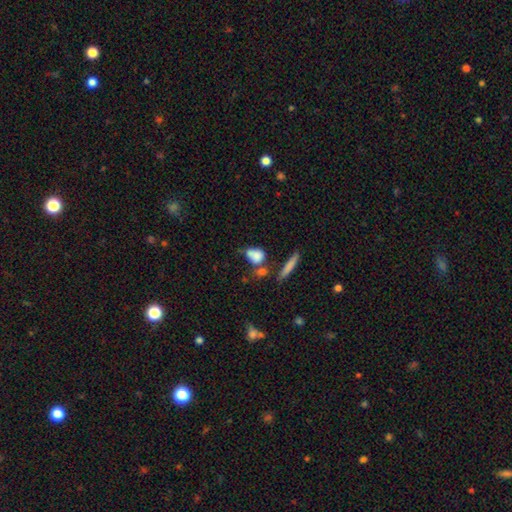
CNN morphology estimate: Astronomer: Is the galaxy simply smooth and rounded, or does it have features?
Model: smooth — 76%.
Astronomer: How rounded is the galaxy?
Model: in between — 49% (runner-up: round, 42%).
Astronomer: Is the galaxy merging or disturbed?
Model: none — 39% (runner-up: merger, 31%).